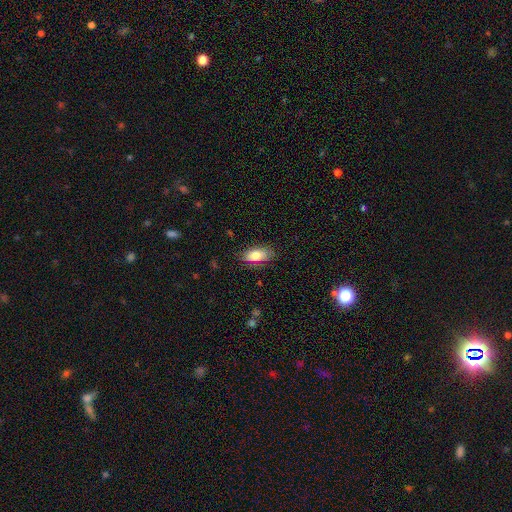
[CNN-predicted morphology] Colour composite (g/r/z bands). It shows a smooth galaxy with no disk features (80%) that is in between round and cigar-shaped (89%). Merging: none (80%).